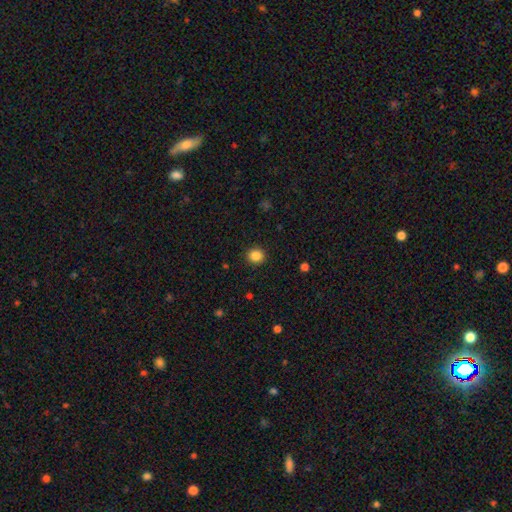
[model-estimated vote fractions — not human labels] smooth 86%, star or artifact 11%, featured or disk 3%. Down the decision tree: how rounded — round (89%); merging — none (91%).